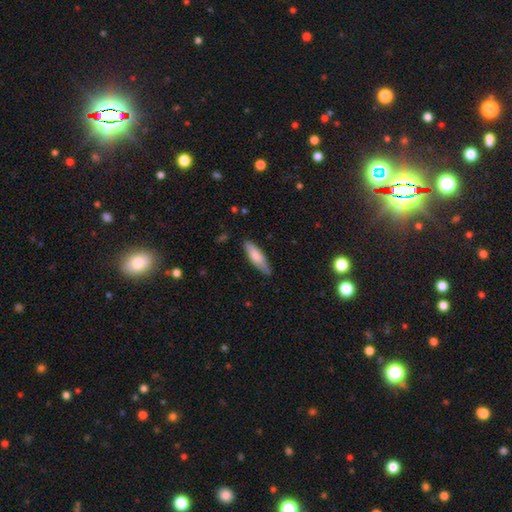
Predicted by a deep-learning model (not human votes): This is likely a smooth galaxy (77%). How rounded: possibly cigar-shaped (54%). Merging: likely none (80%).